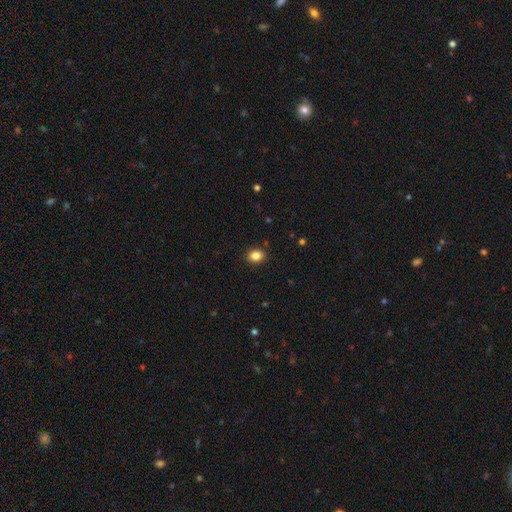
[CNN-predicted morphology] smooth 85%, star or artifact 10%, featured or disk 5%. Down the decision tree: how rounded — round (54%); merging — none (90%).